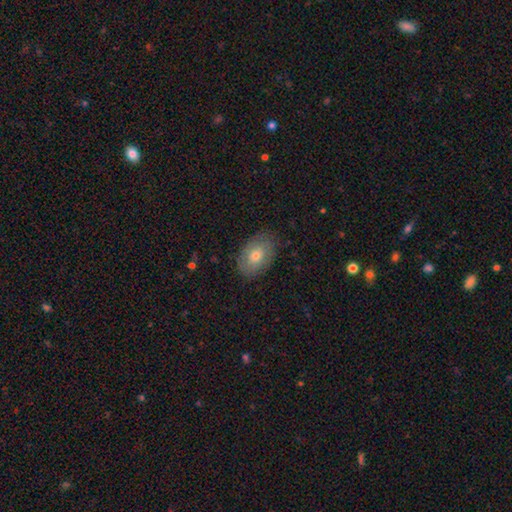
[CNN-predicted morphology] Overall: smooth (67%). How rounded: in between (88%). Merging: none (82%).